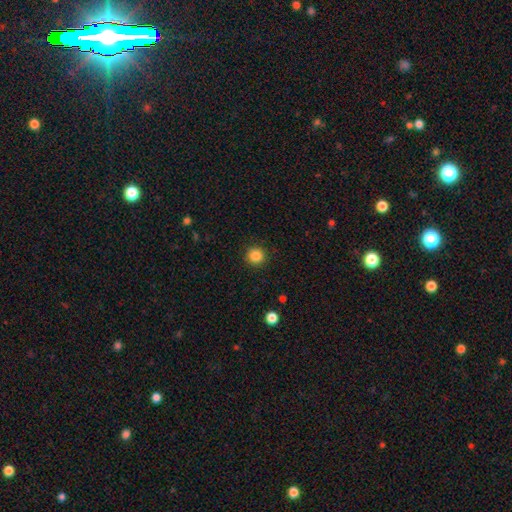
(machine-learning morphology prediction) Smooth or featured? smooth (85%)
How rounded? round (95%)
Merging? none (92%)